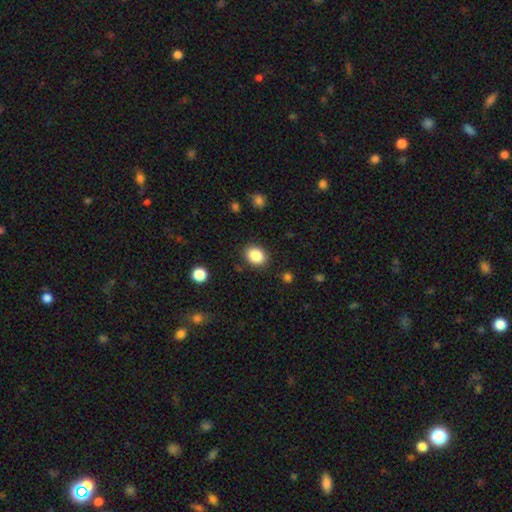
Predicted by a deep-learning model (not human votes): smooth-or-featured: smooth: 87% | star or artifact: 9% | featured or disk: 4%
  how-rounded: in between: 59% | round: 40% | cigar-shaped: 1%
  merging: none: 87% | minor disturbance: 9% | major disturbance: 3% | merger: 1%